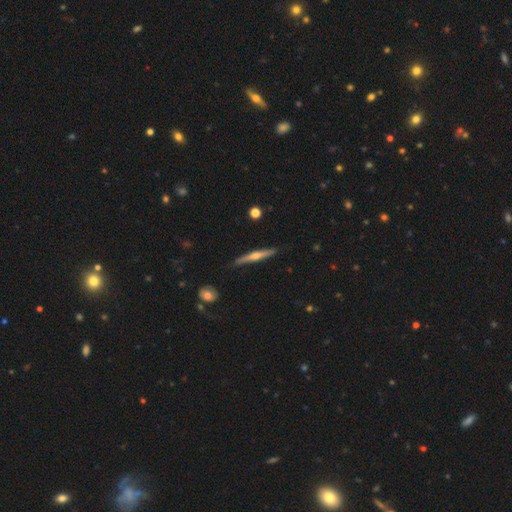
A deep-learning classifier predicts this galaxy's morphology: This is likely a featured or disk galaxy (68%). It is clearly viewed edge-on (97%). Edge-on bulge: clearly rounded (84%). Merging: clearly none (88%).